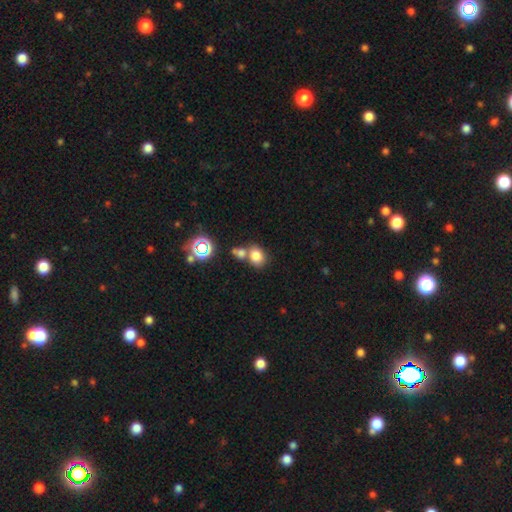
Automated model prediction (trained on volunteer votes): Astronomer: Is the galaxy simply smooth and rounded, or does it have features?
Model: smooth — 76%.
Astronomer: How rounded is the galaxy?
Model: in between — 50% (runner-up: round, 49%).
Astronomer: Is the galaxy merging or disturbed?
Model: none — 47% (runner-up: merger, 38%).